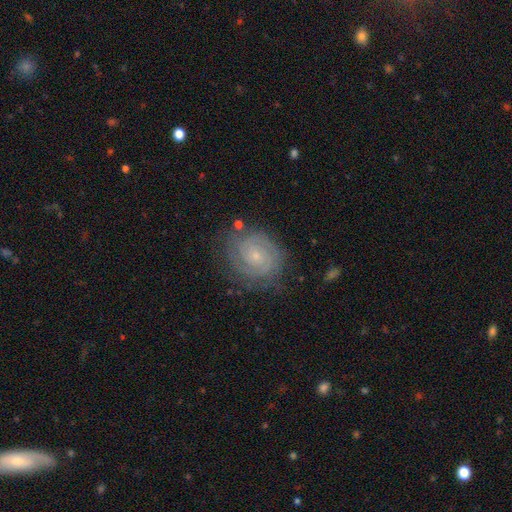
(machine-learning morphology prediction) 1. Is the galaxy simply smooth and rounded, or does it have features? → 75% featured or disk, 16% smooth, 9% star or artifact.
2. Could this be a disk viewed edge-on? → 98% no, 2% yes.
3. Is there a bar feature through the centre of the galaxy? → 71% no, 25% weak, 4% strong.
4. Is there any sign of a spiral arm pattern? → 93% yes, 7% no.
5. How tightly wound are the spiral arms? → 73% tight, 22% medium, 5% loose.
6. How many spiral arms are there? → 41% 2, 32% can't tell, 13% 3, 6% 4, 5% 1, 4% more than 4.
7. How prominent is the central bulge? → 74% small, 21% moderate, 3% none, 1% large, 1% dominant.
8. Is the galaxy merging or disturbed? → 77% none, 15% minor disturbance, 6% major disturbance, 2% merger.